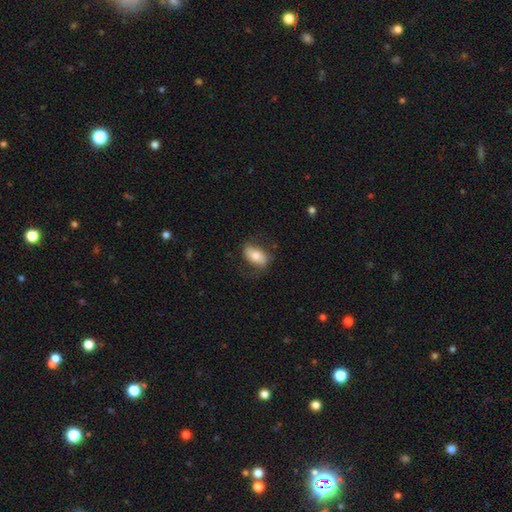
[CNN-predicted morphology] A smooth galaxy with no disk features (62%) that is in between round and cigar-shaped (89%). Merging: none (64%).